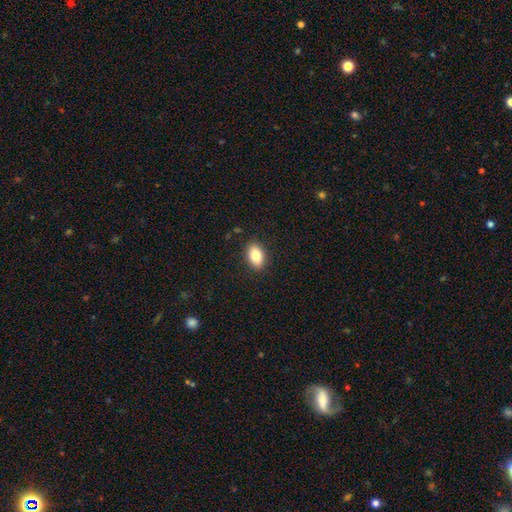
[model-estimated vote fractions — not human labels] Morphology: type=smooth (83%); roundness=in between (88%); merging=none (89%).